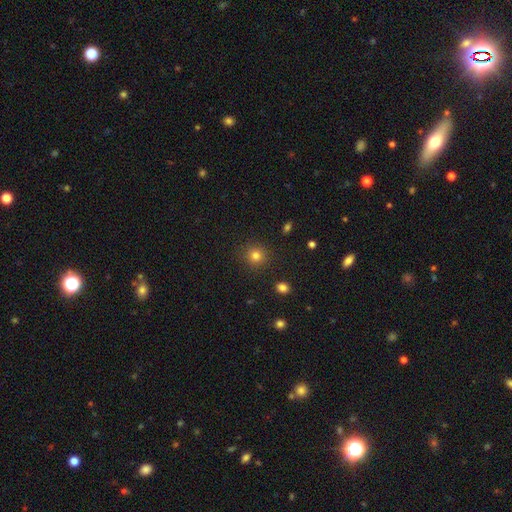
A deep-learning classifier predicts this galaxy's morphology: Smooth or featured?
  - smooth: 80% *
  - star or artifact: 13%
  - featured or disk: 6%
How rounded?
  - round: 92% *
  - in between: 7%
  - cigar-shaped: 1%
Merging?
  - none: 90% *
  - minor disturbance: 7%
  - major disturbance: 2%
  - merger: 2%